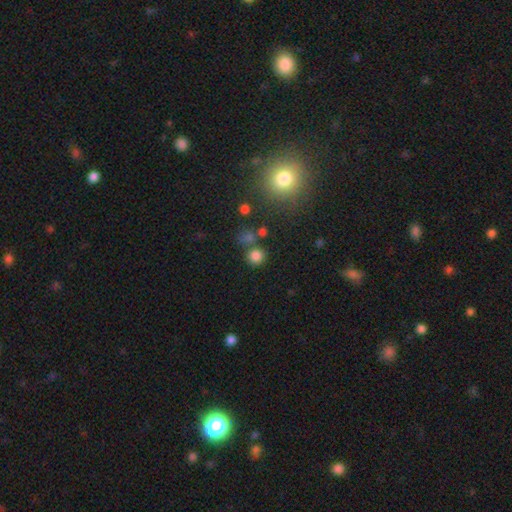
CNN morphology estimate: Smooth or featured?
  - smooth: 79% *
  - star or artifact: 15%
  - featured or disk: 6%
How rounded?
  - round: 90% *
  - in between: 9%
  - cigar-shaped: 1%
Merging?
  - none: 72% *
  - merger: 15%
  - minor disturbance: 9%
  - major disturbance: 4%